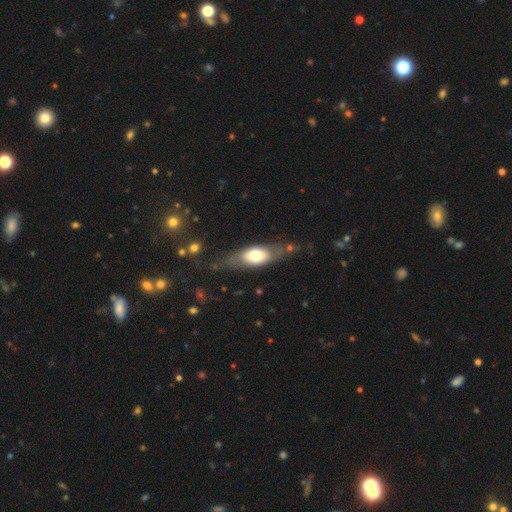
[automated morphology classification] Smooth or featured?
  - smooth: 54% *
  - featured or disk: 39%
  - star or artifact: 6%
How rounded?
  - in between: 76% *
  - cigar-shaped: 18%
  - round: 6%
Merging?
  - none: 63% *
  - minor disturbance: 21%
  - major disturbance: 13%
  - merger: 3%